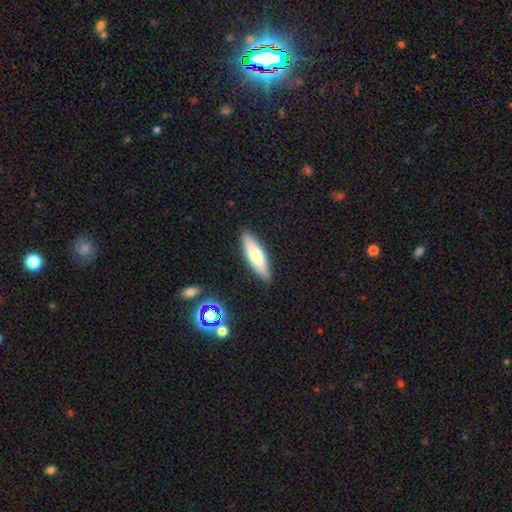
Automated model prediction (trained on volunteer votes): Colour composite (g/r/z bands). It shows a smooth galaxy with no disk features (66%) that is cigar-shaped (59%). Merging: none (87%).